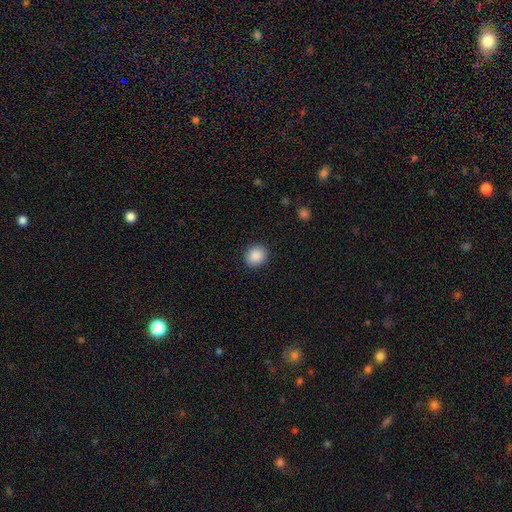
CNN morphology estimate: The model was most divided on "how rounded": round: 79%, in between: 21%, cigar-shaped: 1%. More confident: merging — none (91%); smooth or featured — smooth (89%).